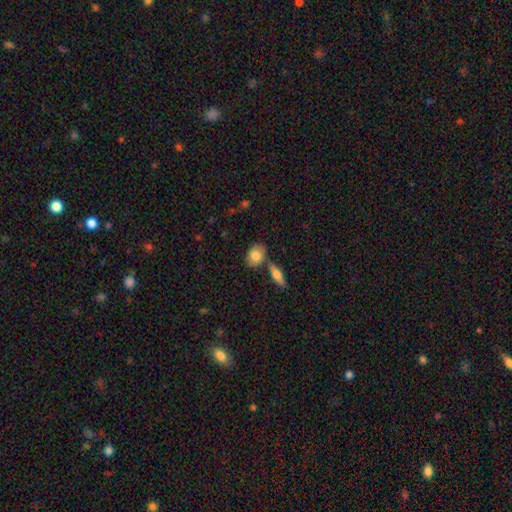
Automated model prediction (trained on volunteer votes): This is likely a smooth galaxy (79%). How rounded: likely in between (73%). Merging: likely none (65%).